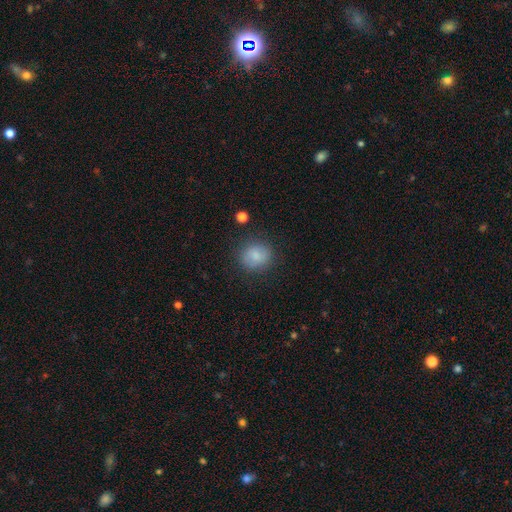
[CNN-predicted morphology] A smooth galaxy with no disk features (82%) that is round (81%). Merging: none (80%).